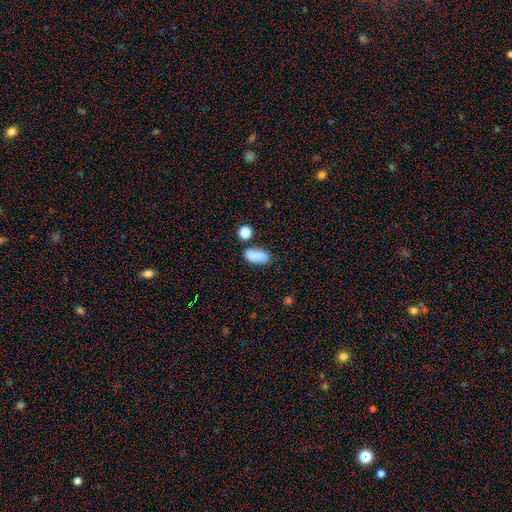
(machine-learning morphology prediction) smooth 83%, star or artifact 9%, featured or disk 8%. Down the decision tree: how rounded — in between (85%); merging — none (65%).